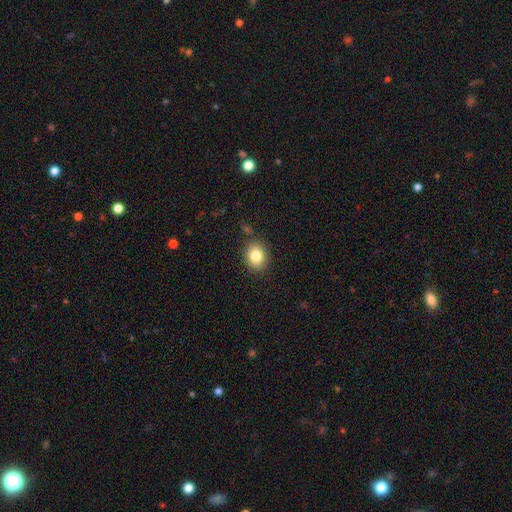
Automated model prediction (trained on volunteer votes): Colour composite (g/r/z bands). It shows a smooth galaxy with no disk features (83%) that is round (58%). Merging: none (85%).